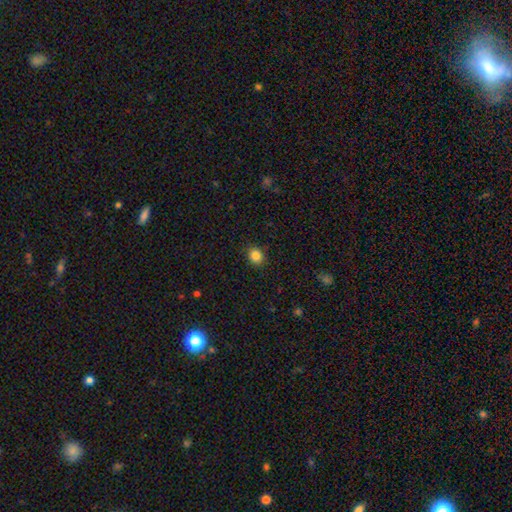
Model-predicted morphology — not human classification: This appears to be a smooth galaxy with no disk features (85%) that is round (68%). Merging: none (89%).